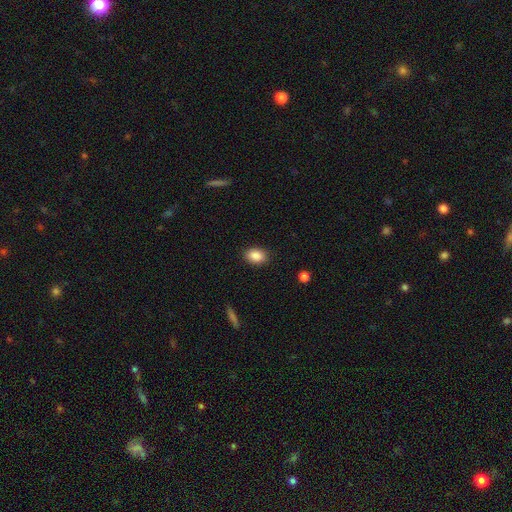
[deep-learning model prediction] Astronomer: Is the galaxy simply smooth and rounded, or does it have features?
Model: smooth — 87%.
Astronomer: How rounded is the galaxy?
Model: in between — 81%.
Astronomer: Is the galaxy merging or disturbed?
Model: none — 88%.